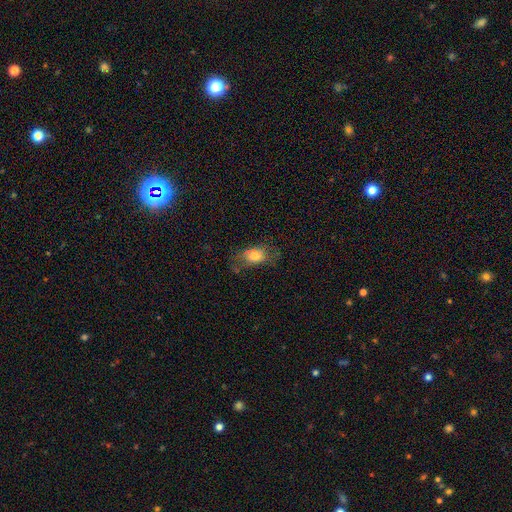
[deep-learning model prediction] Smooth or featured: smooth — 72% (featured or disk — 19%)
How rounded: in between — 84% (round — 13%)
Merging: none — 52% (minor disturbance — 27%)